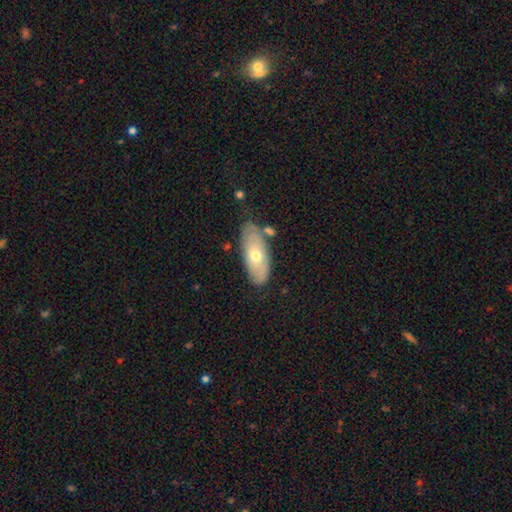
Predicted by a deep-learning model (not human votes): smooth-or-featured: smooth: 53% | featured or disk: 40% | star or artifact: 7%
  how-rounded: in between: 79% | cigar-shaped: 18% | round: 3%
  merging: none: 75% | minor disturbance: 17% | merger: 5% | major disturbance: 4%